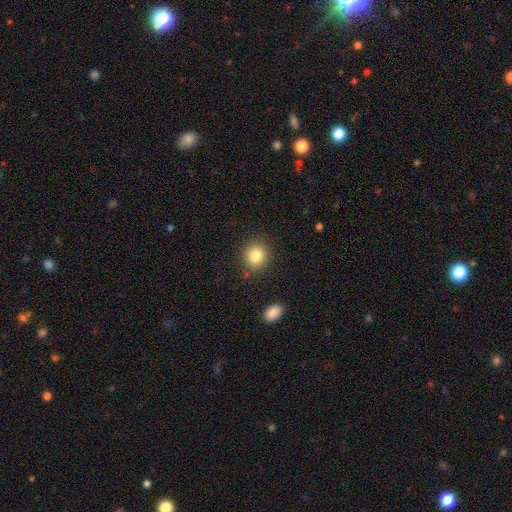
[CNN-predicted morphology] Smooth or featured? smooth (82%)
How rounded? round (80%)
Merging? none (85%)